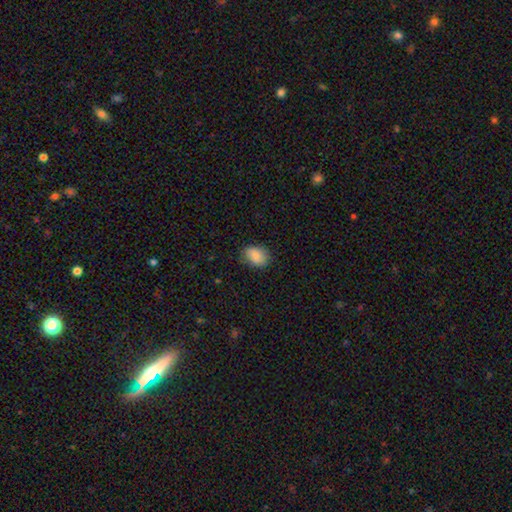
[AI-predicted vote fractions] A smooth galaxy with no disk features (83%) that is in between round and cigar-shaped (72%). Merging: none (79%).